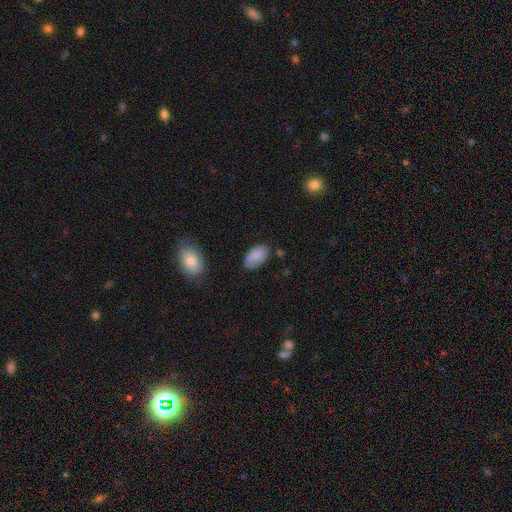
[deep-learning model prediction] Smooth or featured?
  - smooth: 86% *
  - star or artifact: 7%
  - featured or disk: 7%
How rounded?
  - in between: 95% *
  - round: 3%
  - cigar-shaped: 2%
Merging?
  - none: 75% *
  - minor disturbance: 19%
  - major disturbance: 4%
  - merger: 3%